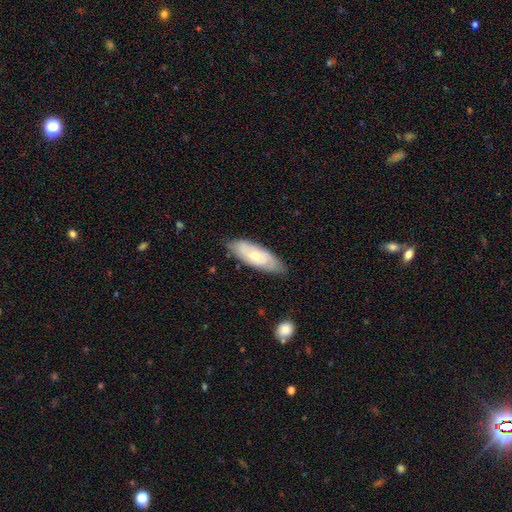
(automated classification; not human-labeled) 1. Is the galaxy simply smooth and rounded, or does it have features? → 50% featured or disk, 44% smooth, 6% star or artifact.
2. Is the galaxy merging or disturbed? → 78% none, 17% minor disturbance, 3% major disturbance, 1% merger.